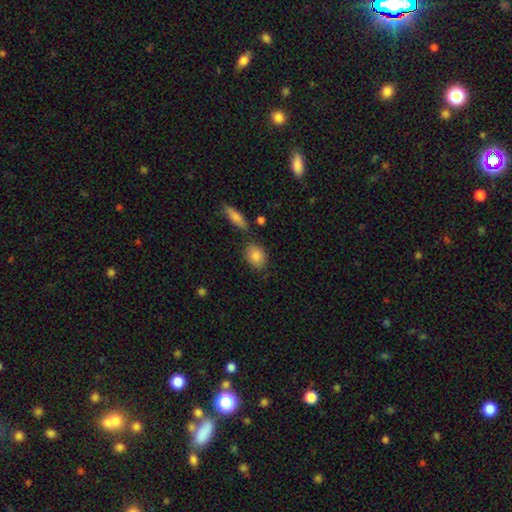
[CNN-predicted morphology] This appears to be a smooth galaxy with no disk features (85%) that is in between round and cigar-shaped (70%). Merging: none (74%).